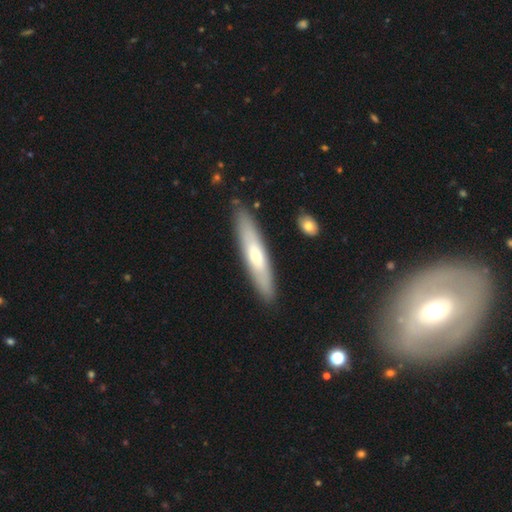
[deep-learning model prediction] The model was most divided on "smooth or featured": smooth: 53%, featured or disk: 41%, star or artifact: 6%. More confident: merging — none (88%); how rounded — cigar-shaped (85%).